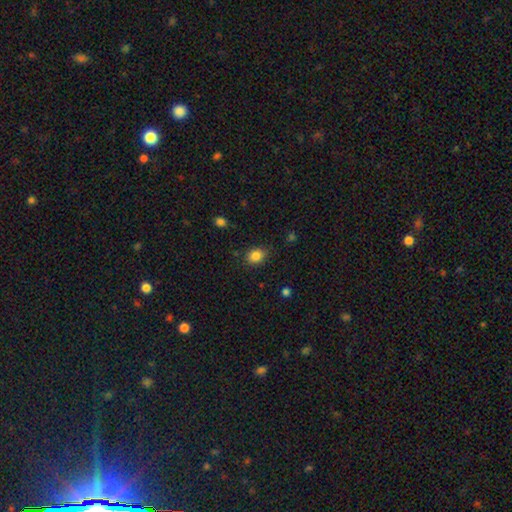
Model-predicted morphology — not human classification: Q: Smooth or featured?
A: smooth (85%); runner-up: star or artifact (10%)
Q: How rounded?
A: in between (53%); runner-up: round (46%)
Q: Merging?
A: none (79%); runner-up: minor disturbance (16%)